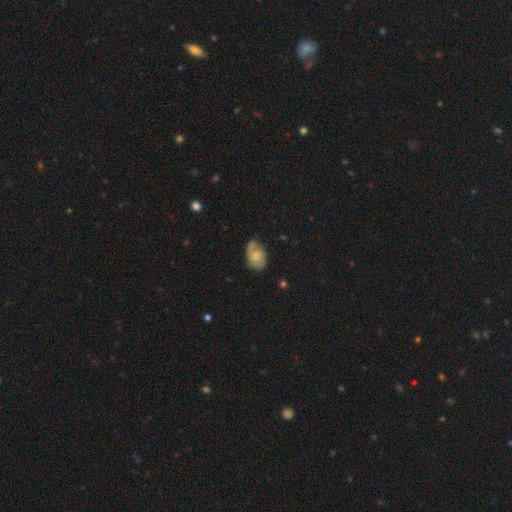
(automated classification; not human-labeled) This appears to be a smooth galaxy with no disk features (47%). Merging: none (61%).